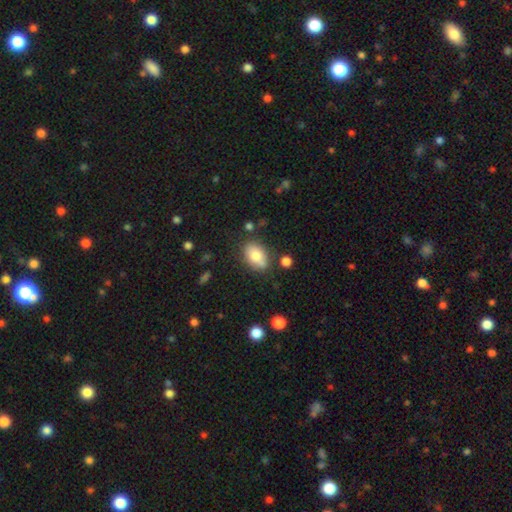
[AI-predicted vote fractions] Smooth or featured? Predicted: smooth (p=0.77). How rounded? Predicted: in between (p=0.85). Merging? Predicted: none (p=0.72).